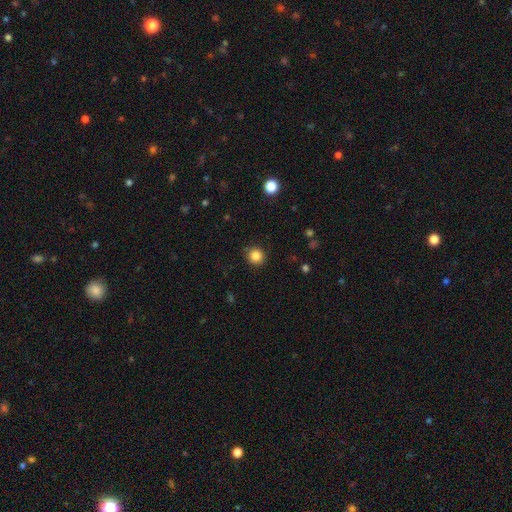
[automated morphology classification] Smooth or featured? Predicted: smooth (p=0.85). How rounded? Predicted: round (p=0.93). Merging? Predicted: none (p=0.90).